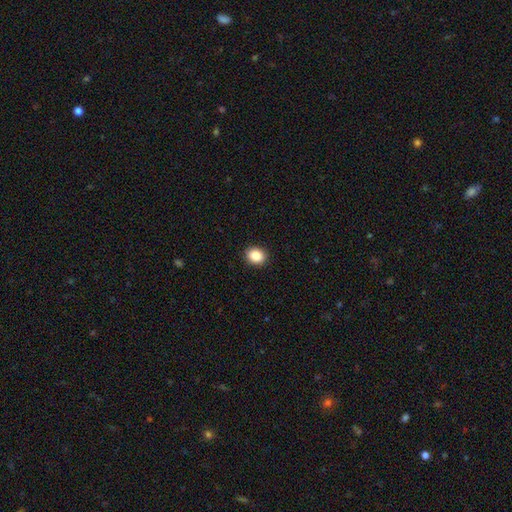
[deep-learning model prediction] Morphology: type=smooth (88%); roundness=round (57%); merging=none (91%).